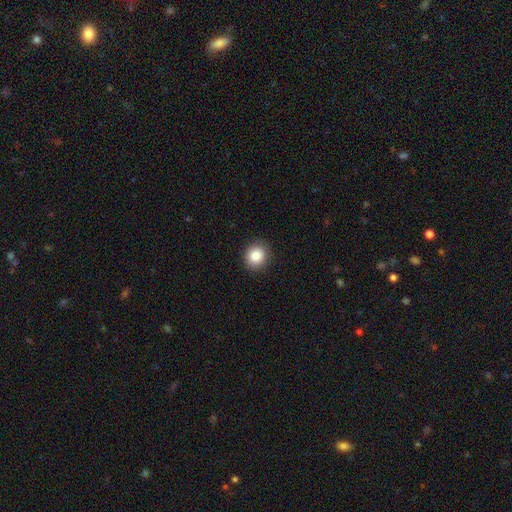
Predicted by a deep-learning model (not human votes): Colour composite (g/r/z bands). It shows a smooth galaxy with no disk features (85%) that is round (82%). Merging: none (90%).